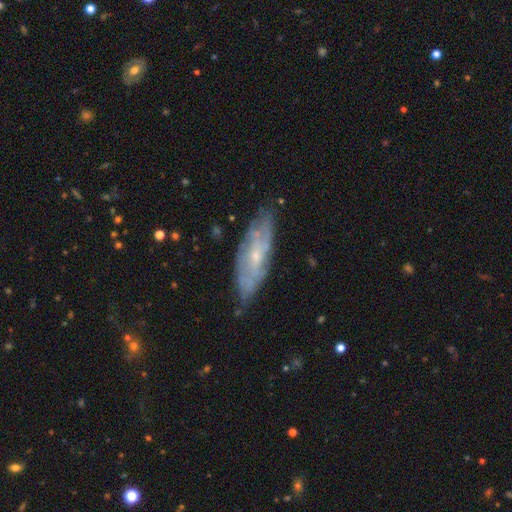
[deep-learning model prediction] A featured or disk galaxy (68%). Merging: none (72%).